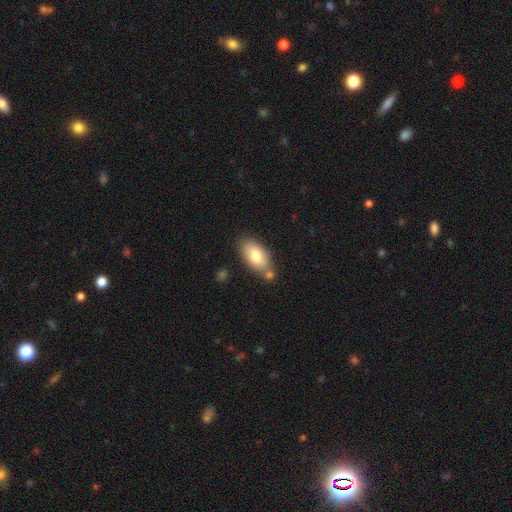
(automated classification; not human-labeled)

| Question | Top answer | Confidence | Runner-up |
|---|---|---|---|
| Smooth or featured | smooth | 76% | featured or disk (17%) |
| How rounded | in between | 92% | cigar-shaped (4%) |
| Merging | none | 67% | merger (15%) |